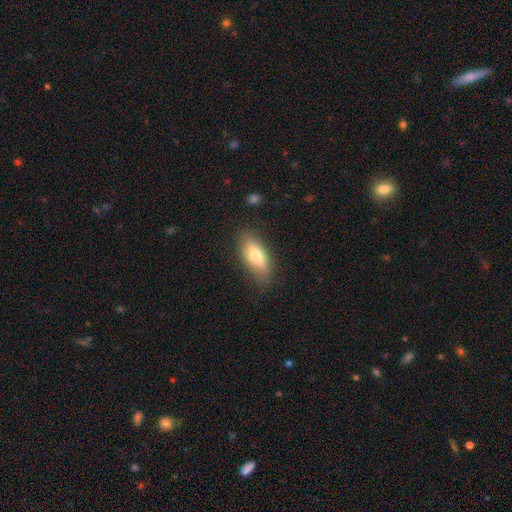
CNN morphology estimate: This is likely a smooth galaxy (66%). How rounded: likely in between (68%). Merging: likely none (80%).